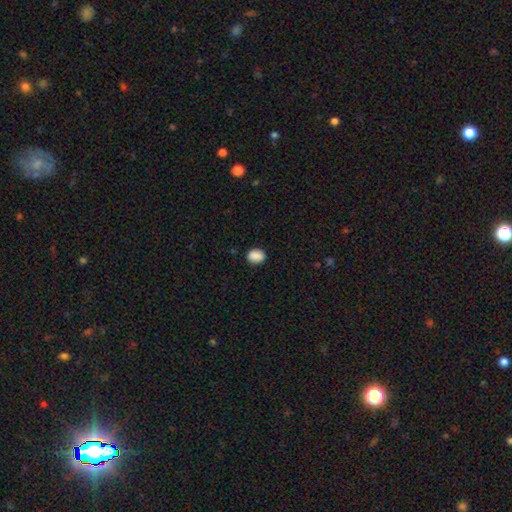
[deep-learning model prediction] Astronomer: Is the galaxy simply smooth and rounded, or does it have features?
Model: smooth — 89%.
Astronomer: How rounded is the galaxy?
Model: in between — 55% (runner-up: round, 44%).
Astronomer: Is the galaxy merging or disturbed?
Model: none — 86%.